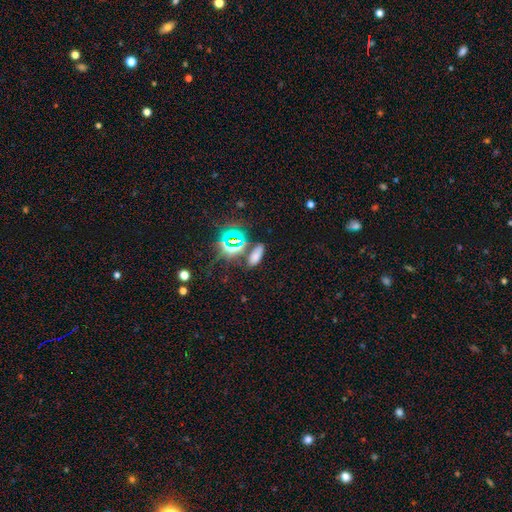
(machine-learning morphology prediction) This appears to be a smooth galaxy with no disk features (59%) that is in between round and cigar-shaped (67%). Merging: none (75%).